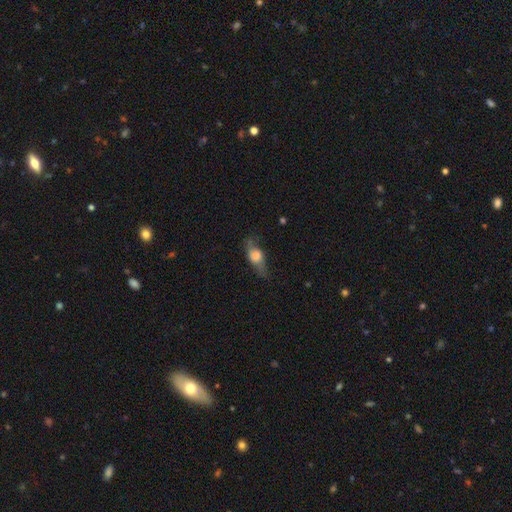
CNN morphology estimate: Overall: smooth (56%; featured or disk 36%). How rounded: in between (68%). Merging: none (56%; minor disturbance 27%).